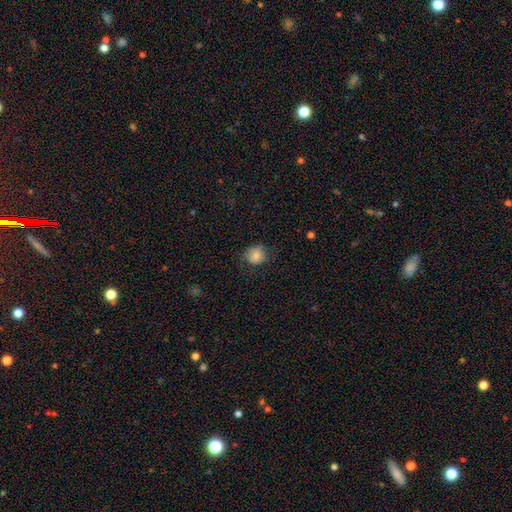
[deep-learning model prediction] smooth_or_featured: smooth (p=0.81) [alt: featured or disk p=0.10]
how_rounded: round (p=0.74) [alt: in between p=0.26]
merging: none (p=0.70) [alt: minor disturbance p=0.21]